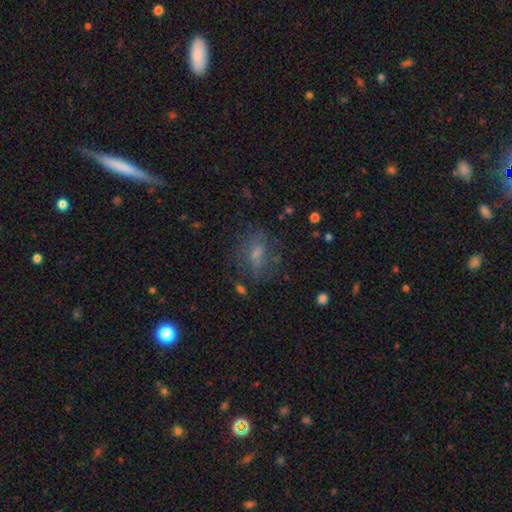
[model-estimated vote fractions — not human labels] Q: Smooth or featured?
A: smooth (48%); runner-up: featured or disk (33%)
Q: Merging?
A: none (62%); runner-up: minor disturbance (20%)